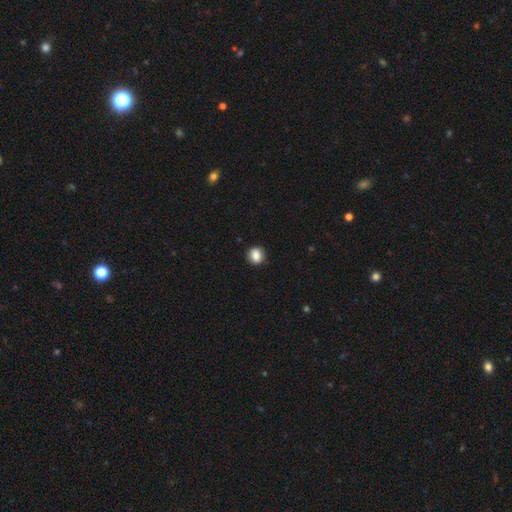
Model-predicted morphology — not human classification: This appears to be a smooth galaxy with no disk features (85%) that is round (75%). Merging: none (88%).